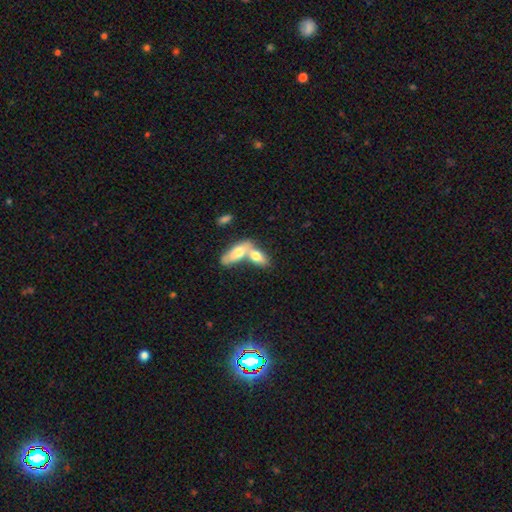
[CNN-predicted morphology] Smooth or featured? smooth (69%)
How rounded? in between (79%)
Merging? merger (70%)